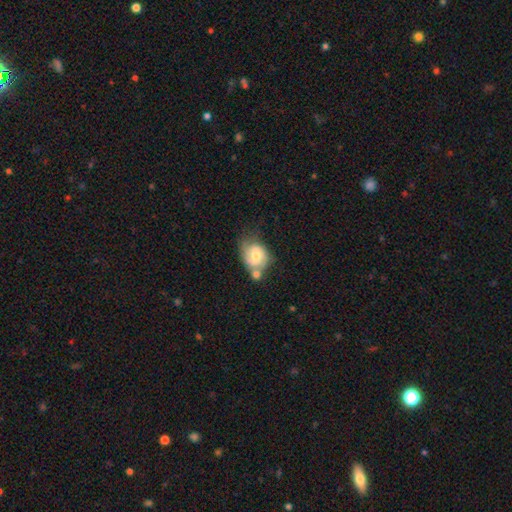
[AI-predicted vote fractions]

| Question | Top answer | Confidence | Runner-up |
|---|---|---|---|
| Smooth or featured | featured or disk | 64% | smooth (29%) |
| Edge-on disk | no | 97% | yes (3%) |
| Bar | weak | 47% | no (43%) |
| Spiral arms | yes | 88% | no (12%) |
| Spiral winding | tight | 44% | medium (42%) |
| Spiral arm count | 2 | 71% | can't tell (15%) |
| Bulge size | moderate | 57% | small (34%) |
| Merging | none | 37% | merger (32%) |